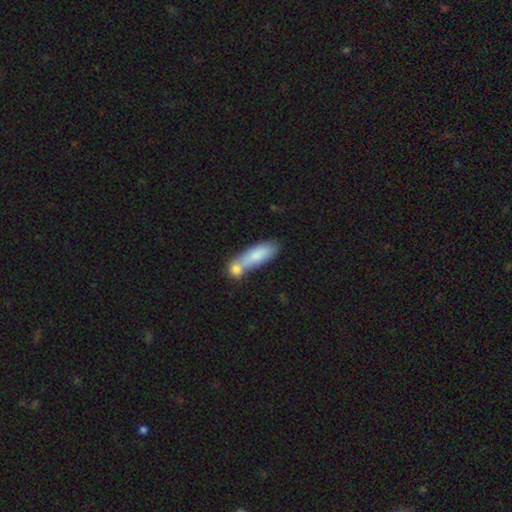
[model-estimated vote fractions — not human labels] A smooth galaxy with no disk features (77%) that is in between round and cigar-shaped (53%). Merging: merger (50%).